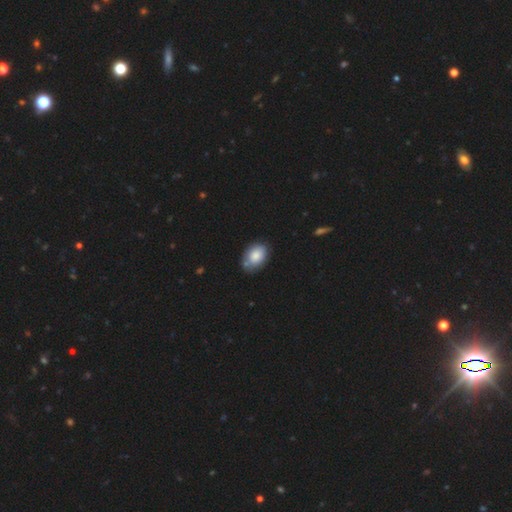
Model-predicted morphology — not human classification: This appears to be a smooth galaxy with no disk features (83%) that is in between round and cigar-shaped (82%). Merging: none (68%).